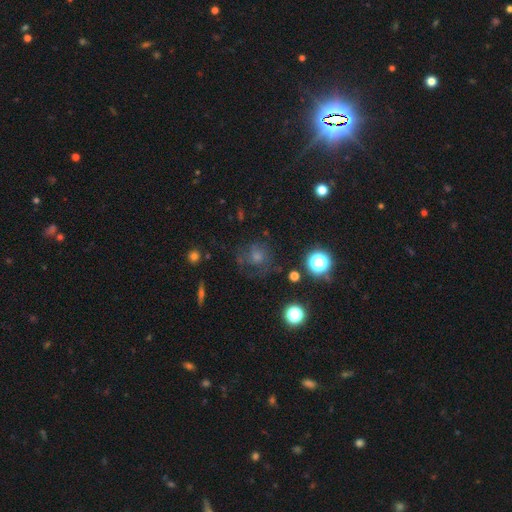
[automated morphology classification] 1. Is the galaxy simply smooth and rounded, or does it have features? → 38% smooth, 35% star or artifact, 28% featured or disk.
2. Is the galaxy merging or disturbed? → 65% none, 18% minor disturbance, 14% major disturbance, 3% merger.